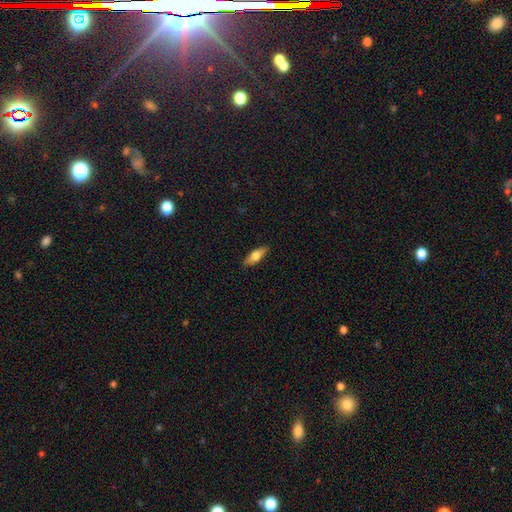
smooth_or_featured: smooth (p=0.68) [alt: featured or disk p=0.25]
how_rounded: in between (p=0.78) [alt: cigar-shaped p=0.19]
merging: none (p=0.86) [alt: minor disturbance p=0.11]